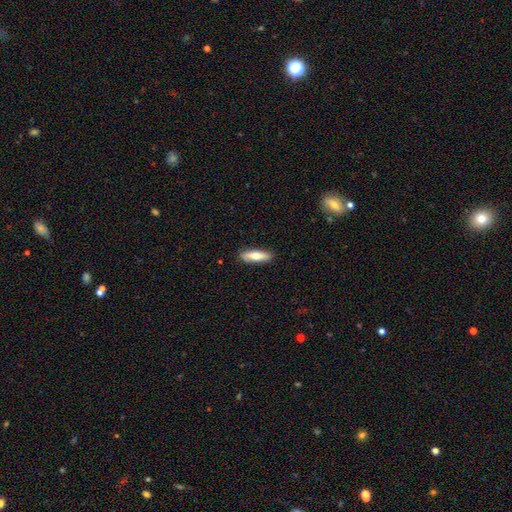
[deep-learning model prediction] Morphology: type=smooth (67%); roundness=cigar-shaped (57%); merging=none (87%).